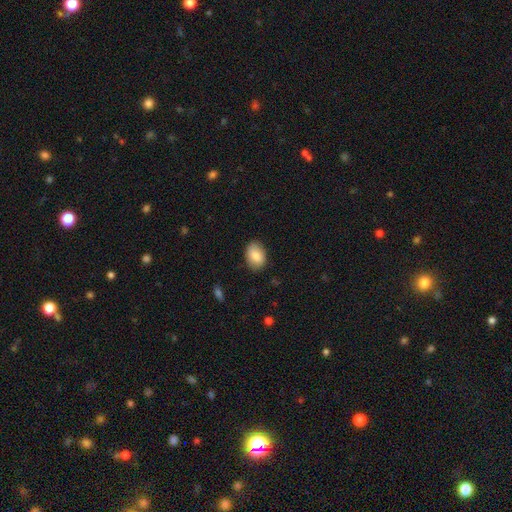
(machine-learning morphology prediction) Smooth or featured? smooth (85%)
How rounded? in between (84%)
Merging? none (84%)